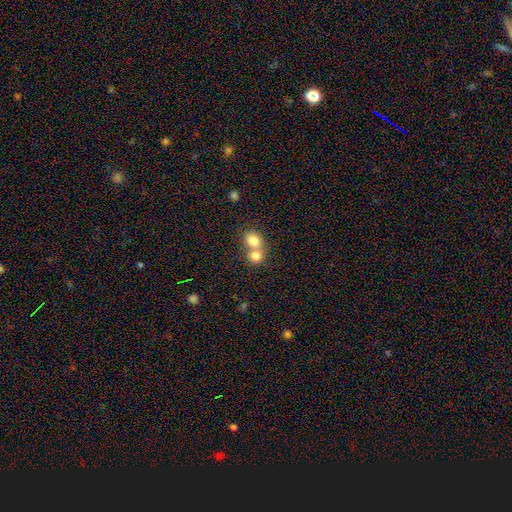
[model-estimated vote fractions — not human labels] Overall: smooth (79%). How rounded: round (64%; in between 35%). Merging: merger (66%; none 28%).